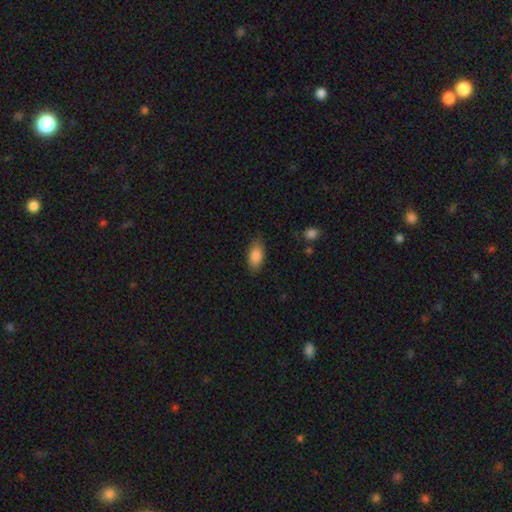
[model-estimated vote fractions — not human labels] Smooth or featured? smooth (87%)
How rounded? in between (90%)
Merging? none (83%)